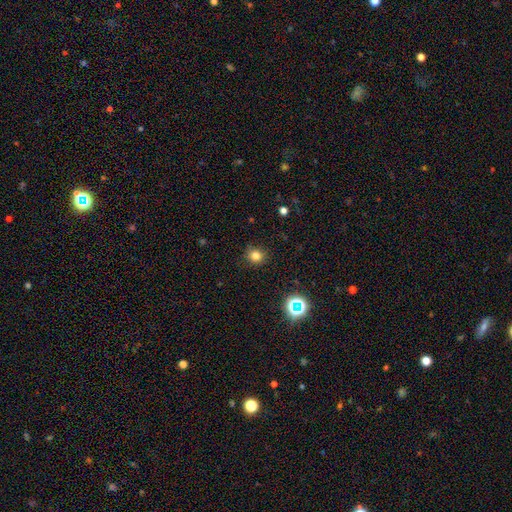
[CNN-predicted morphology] smooth_or_featured: smooth (p=0.78) [alt: star or artifact p=0.17]
how_rounded: round (p=0.85) [alt: in between p=0.14]
merging: none (p=0.88) [alt: minor disturbance p=0.09]